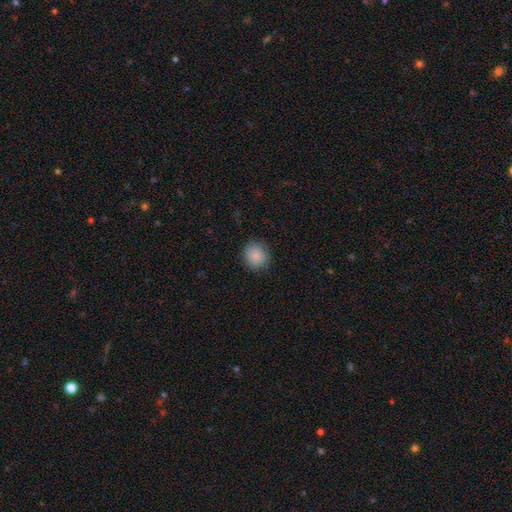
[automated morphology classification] smooth_or_featured: smooth (p=0.86) [alt: star or artifact p=0.08]
how_rounded: round (p=0.78) [alt: in between p=0.21]
merging: none (p=0.83) [alt: minor disturbance p=0.13]